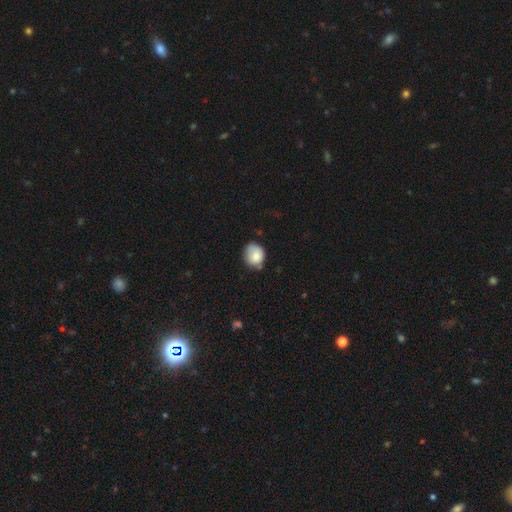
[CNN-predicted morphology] Smooth or featured?
  - smooth: 82% *
  - featured or disk: 10%
  - star or artifact: 8%
How rounded?
  - round: 71% *
  - in between: 28%
  - cigar-shaped: 1%
Merging?
  - none: 59% *
  - minor disturbance: 32%
  - major disturbance: 6%
  - merger: 3%